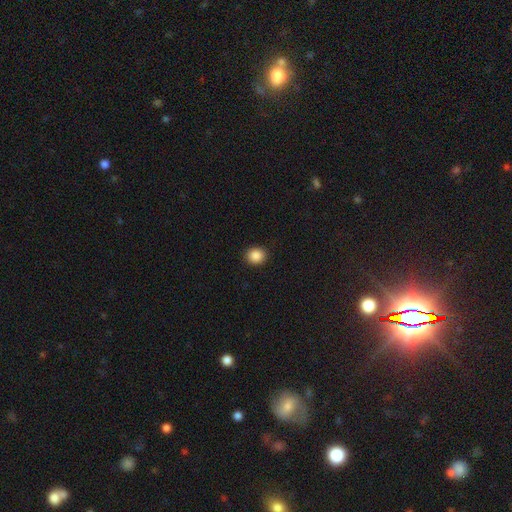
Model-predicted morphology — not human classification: smooth_or_featured: smooth (p=0.88) [alt: star or artifact p=0.10]
how_rounded: round (p=0.80) [alt: in between p=0.19]
merging: none (p=0.91) [alt: minor disturbance p=0.06]